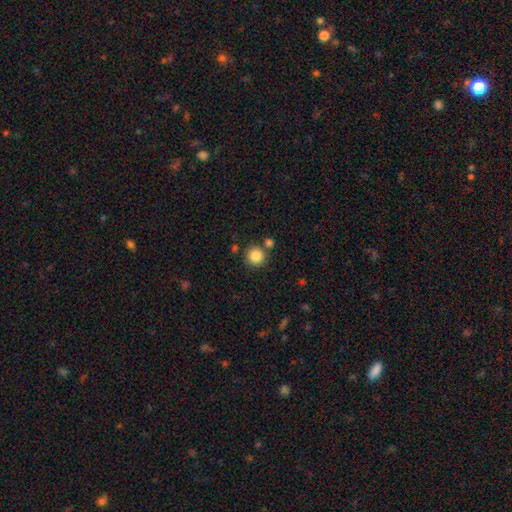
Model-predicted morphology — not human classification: The model was most divided on "merging": none: 79%, merger: 11%, minor disturbance: 7%, major disturbance: 3%. More confident: how rounded — round (94%); smooth or featured — smooth (86%).